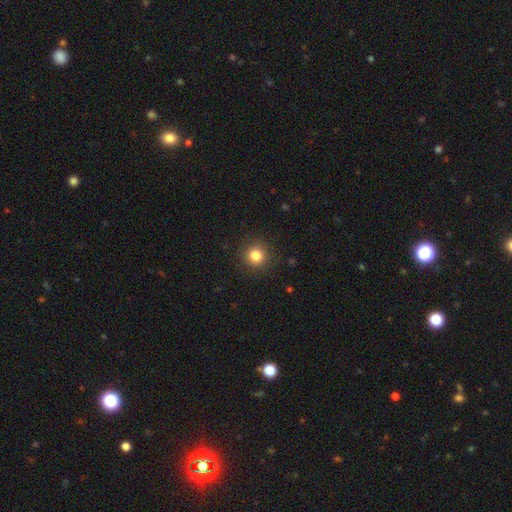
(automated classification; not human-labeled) The model was most divided on "smooth or featured": smooth: 83%, star or artifact: 12%, featured or disk: 5%. More confident: how rounded — round (94%); merging — none (91%).